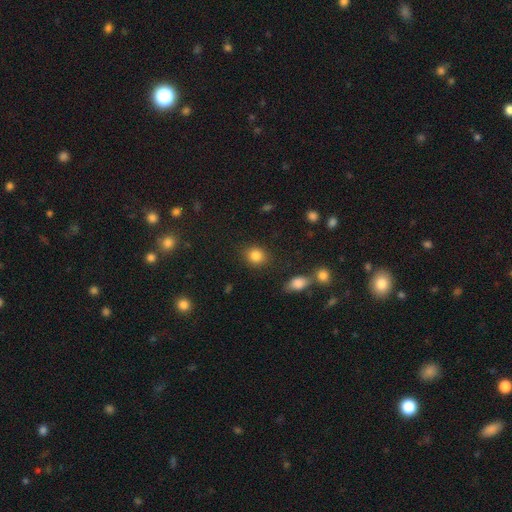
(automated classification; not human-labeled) Morphology: type=smooth (85%); roundness=round (72%); merging=none (85%).